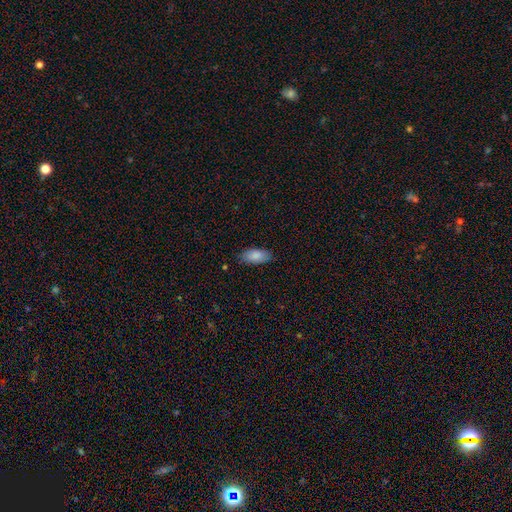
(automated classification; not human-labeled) Smooth or featured?
  - smooth: 87% *
  - featured or disk: 7%
  - star or artifact: 6%
How rounded?
  - in between: 90% *
  - cigar-shaped: 8%
  - round: 2%
Merging?
  - none: 82% *
  - minor disturbance: 14%
  - major disturbance: 3%
  - merger: 1%